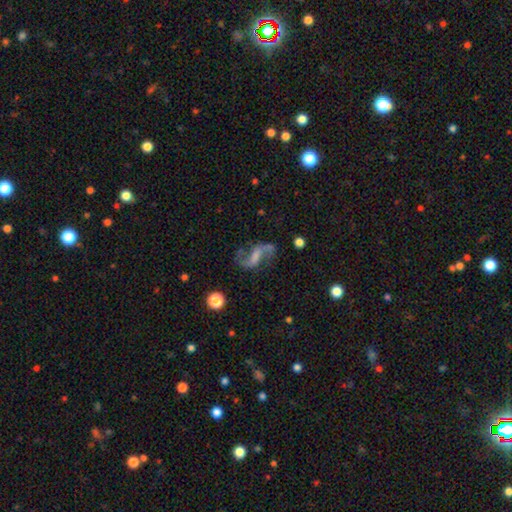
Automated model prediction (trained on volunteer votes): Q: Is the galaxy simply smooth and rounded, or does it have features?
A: featured or disk — 83%.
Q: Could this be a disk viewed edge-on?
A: no — 97%.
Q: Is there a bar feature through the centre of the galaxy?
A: weak — 41%.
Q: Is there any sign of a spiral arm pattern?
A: yes — 94%.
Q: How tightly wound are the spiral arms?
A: loose — 76%.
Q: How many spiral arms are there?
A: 2 — 92%.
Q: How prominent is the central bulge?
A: none — 54%.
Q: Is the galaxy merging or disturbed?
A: none — 70%.